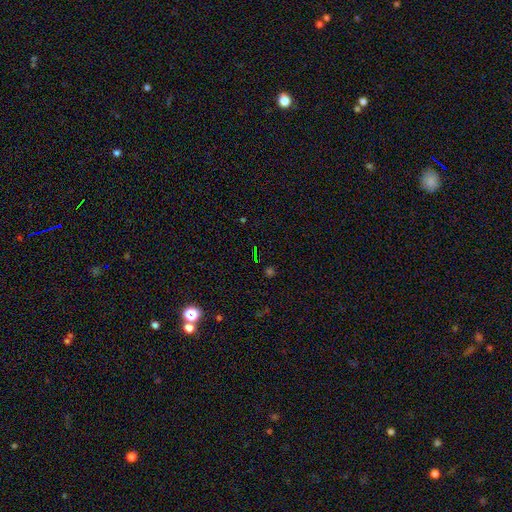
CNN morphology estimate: Smooth or featured?
  - star or artifact: 67% *
  - smooth: 22%
  - featured or disk: 11%